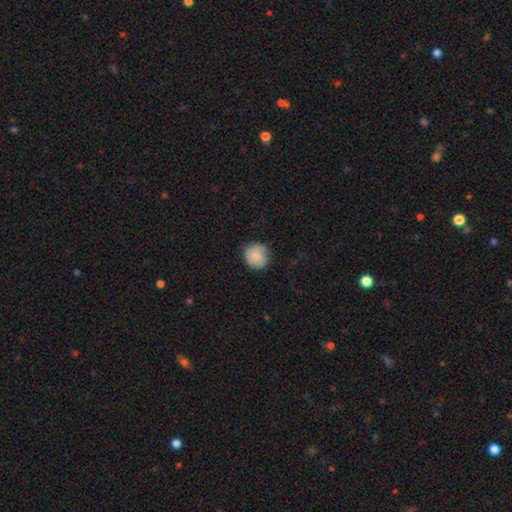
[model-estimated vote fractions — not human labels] This appears to be a smooth galaxy with no disk features (80%) that is round (92%). Merging: none (79%).